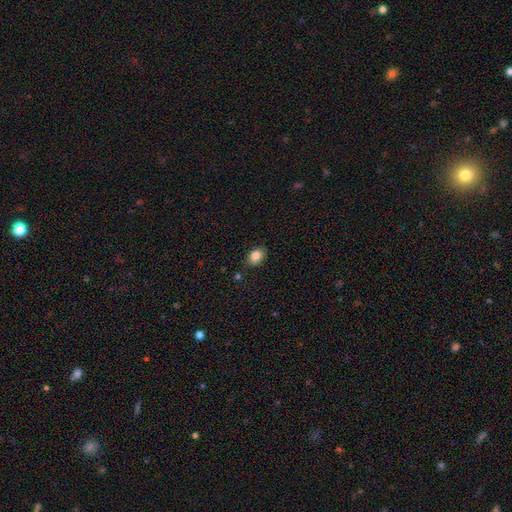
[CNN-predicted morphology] A smooth galaxy with no disk features (84%) that is in between round and cigar-shaped (69%). Merging: none (85%).